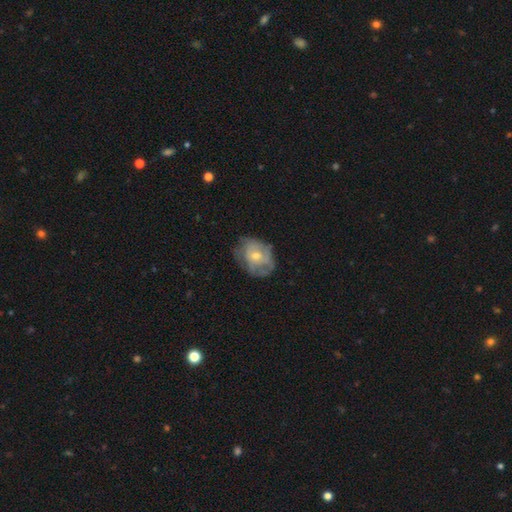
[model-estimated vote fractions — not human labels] A featured or disk galaxy (54%) with no bar (78%), no spiral arms (51%) and a moderate central bulge (50%).

Vote fractions:
- Smooth or featured? featured or disk: 54% / smooth: 38% / star or artifact: 8%
- Edge-on disk? no: 96% / yes: 4%
- Bar? no: 78% / weak: 19% / strong: 3%
- Spiral arms? no: 51% / yes: 49%
- Bulge size? moderate: 50% / small: 45% / large: 2% / none: 2% / dominant: 1%
- Merging? none: 59% / minor disturbance: 26% / major disturbance: 14% / merger: 1%